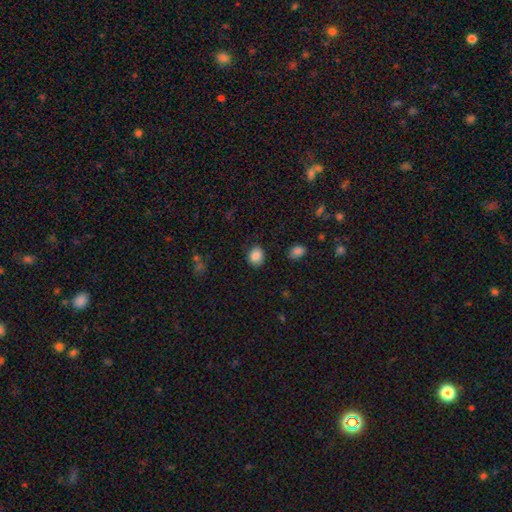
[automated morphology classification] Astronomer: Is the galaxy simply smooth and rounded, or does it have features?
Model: smooth — 86%.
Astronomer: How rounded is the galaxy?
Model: round — 61% (runner-up: in between, 38%).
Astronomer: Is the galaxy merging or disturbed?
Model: none — 85%.